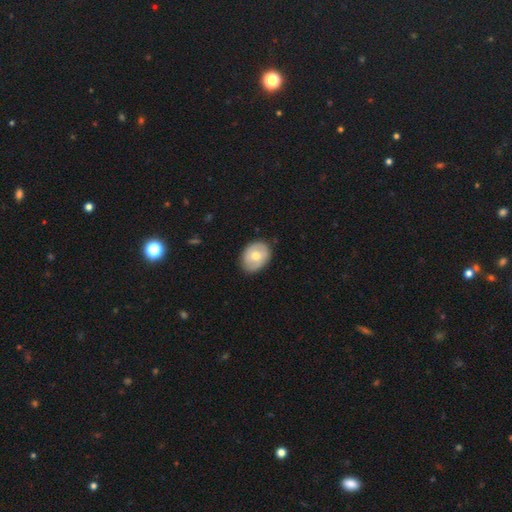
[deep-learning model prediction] Q: Smooth or featured?
A: smooth (59%); runner-up: featured or disk (34%)
Q: How rounded?
A: in between (59%); runner-up: round (40%)
Q: Merging?
A: none (82%); runner-up: minor disturbance (14%)